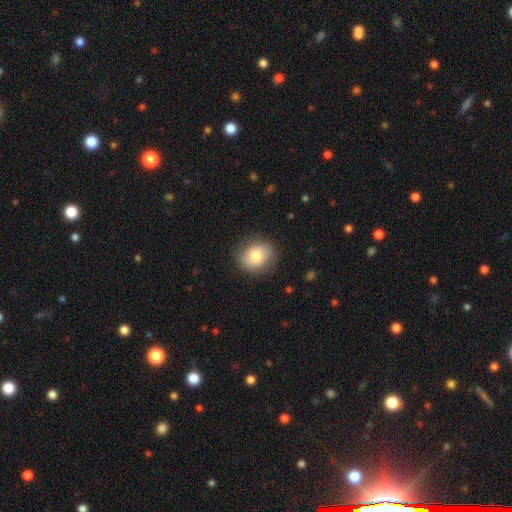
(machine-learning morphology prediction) This appears to be a smooth galaxy with no disk features (79%) that is round (69%). Merging: none (84%).